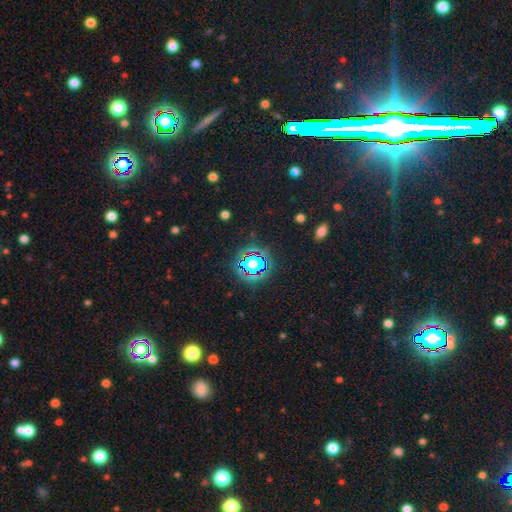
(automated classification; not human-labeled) Morphology: type=star or artifact (82%).